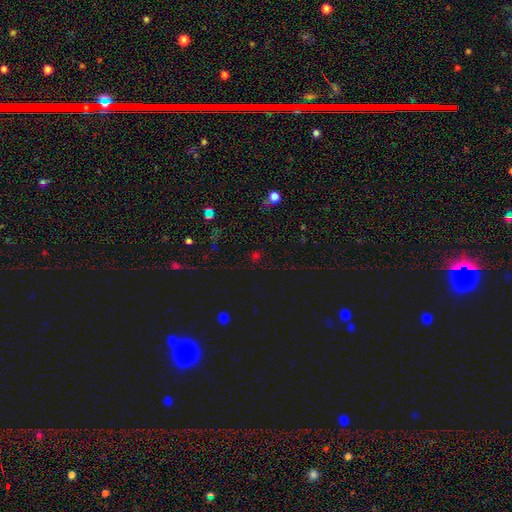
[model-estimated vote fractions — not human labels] smooth_or_featured: star or artifact (p=0.59) [alt: smooth p=0.34]